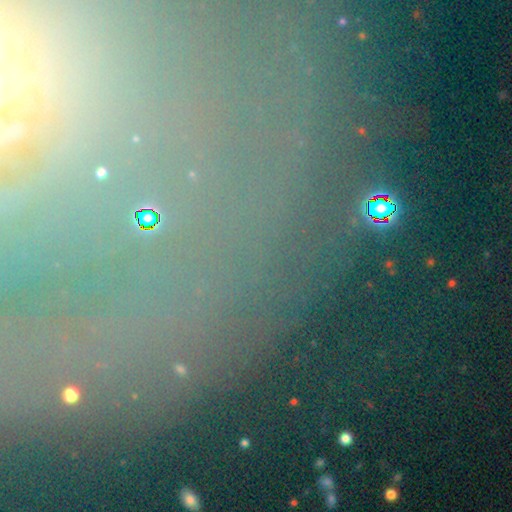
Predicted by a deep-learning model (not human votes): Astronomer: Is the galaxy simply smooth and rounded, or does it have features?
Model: star or artifact — 74%.